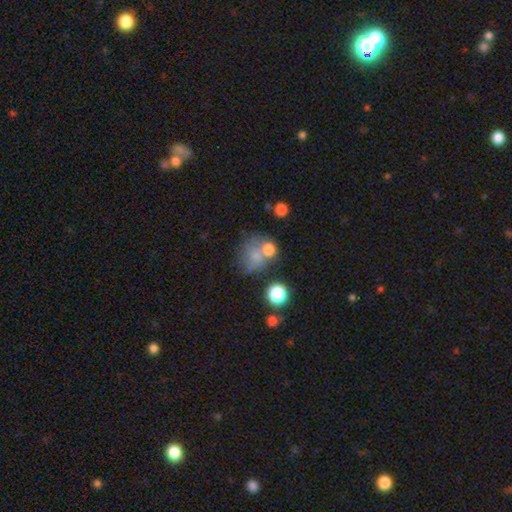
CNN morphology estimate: smooth-or-featured: smooth: 67% | featured or disk: 18% | star or artifact: 15%
  how-rounded: round: 71% | in between: 28% | cigar-shaped: 1%
  merging: none: 42% | merger: 25% | minor disturbance: 18% | major disturbance: 15%